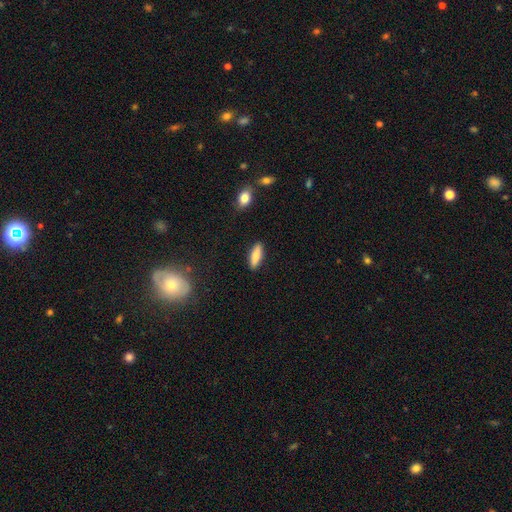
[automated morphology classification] Smooth or featured: smooth — 82% (featured or disk — 12%)
How rounded: cigar-shaped — 50% (in between — 48%)
Merging: none — 89% (minor disturbance — 8%)